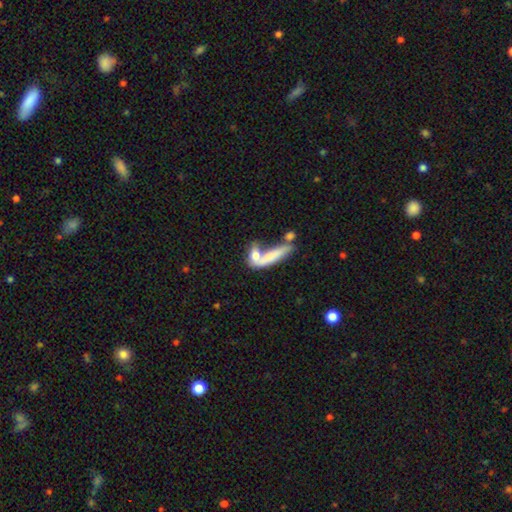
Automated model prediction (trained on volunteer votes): smooth 67%, featured or disk 24%, star or artifact 9%. Down the decision tree: how rounded — in between (48%); merging — merger (53%).